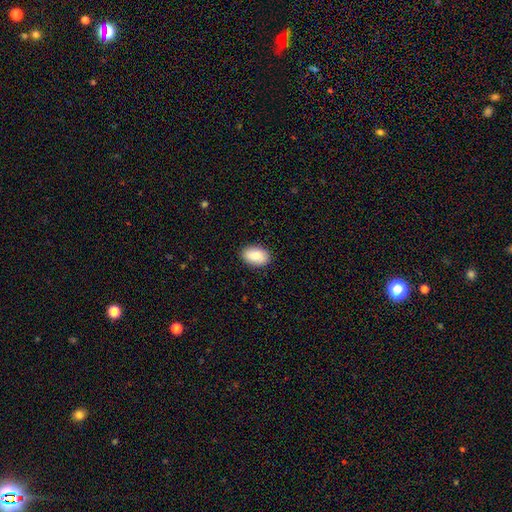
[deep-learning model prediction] Smooth or featured? Predicted: smooth (p=0.90). How rounded? Predicted: in between (p=0.92). Merging? Predicted: none (p=0.89).